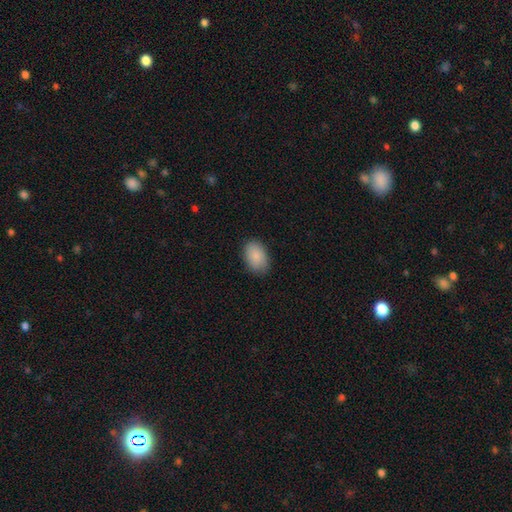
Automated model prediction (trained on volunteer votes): smooth 88%, star or artifact 7%, featured or disk 5%. Down the decision tree: how rounded — in between (88%); merging — none (85%).